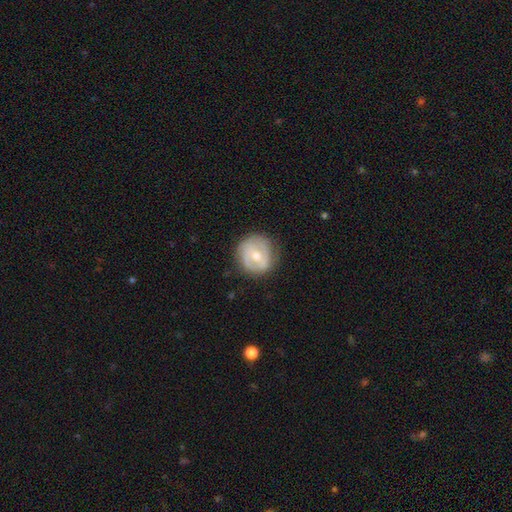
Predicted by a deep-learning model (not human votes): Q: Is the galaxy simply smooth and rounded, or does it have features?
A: featured or disk — 62%.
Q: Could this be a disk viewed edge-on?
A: no — 97%.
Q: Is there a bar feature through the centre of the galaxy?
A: no — 45%.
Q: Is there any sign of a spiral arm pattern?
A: yes — 75%.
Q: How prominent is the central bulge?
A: moderate — 64%.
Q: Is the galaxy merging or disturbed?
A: none — 76%.